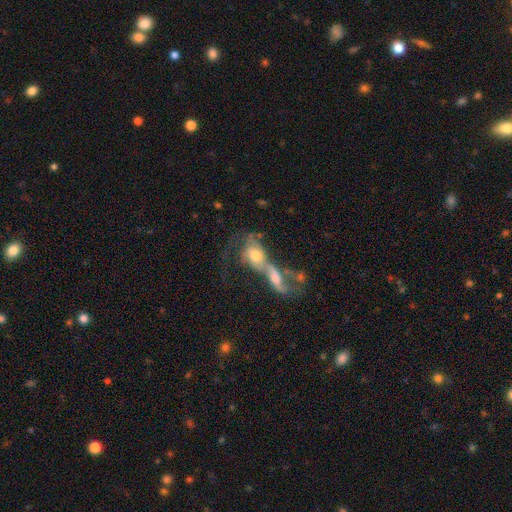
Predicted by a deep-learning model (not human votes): smooth_or_featured: featured or disk (p=0.49) [alt: smooth p=0.41]
merging: merger (p=0.74) [alt: major disturbance p=0.12]